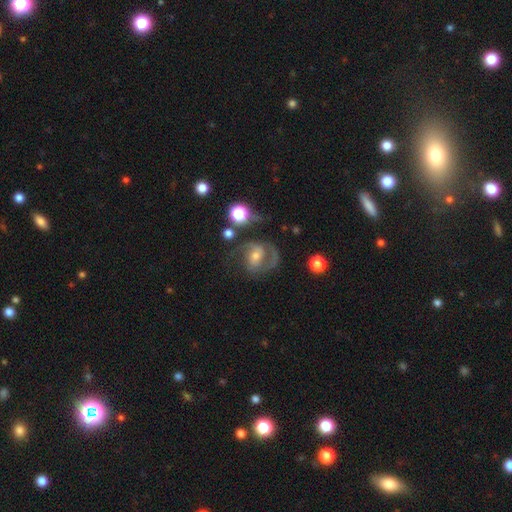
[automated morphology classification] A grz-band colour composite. It shows a featured or disk galaxy (79%) with no bar (43%), 2 (71%) medium (53%) spiral arms (92%) and a small central bulge (46%). Merging: none (52%).